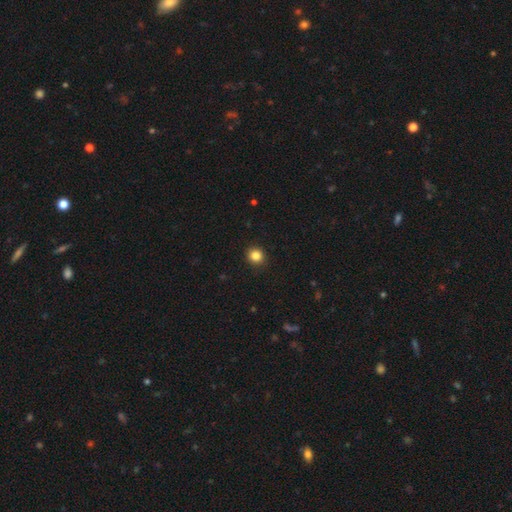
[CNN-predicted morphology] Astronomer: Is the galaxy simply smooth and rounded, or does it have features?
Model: smooth — 85%.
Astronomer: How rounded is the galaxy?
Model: round — 86%.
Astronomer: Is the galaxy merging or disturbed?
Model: none — 92%.